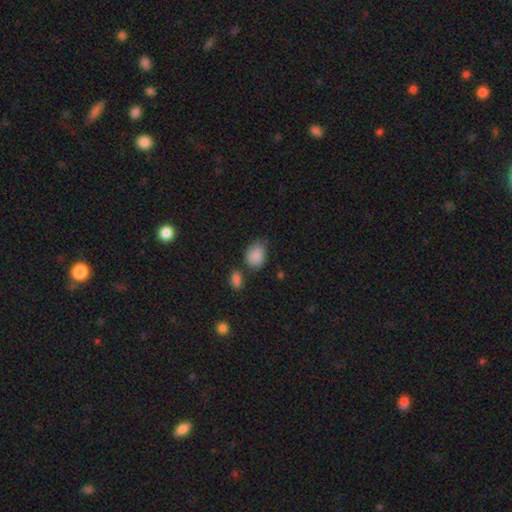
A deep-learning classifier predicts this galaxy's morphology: The model was most divided on "how rounded": in between: 59%, round: 40%, cigar-shaped: 1%. More confident: smooth or featured — smooth (86%); merging — none (55%).